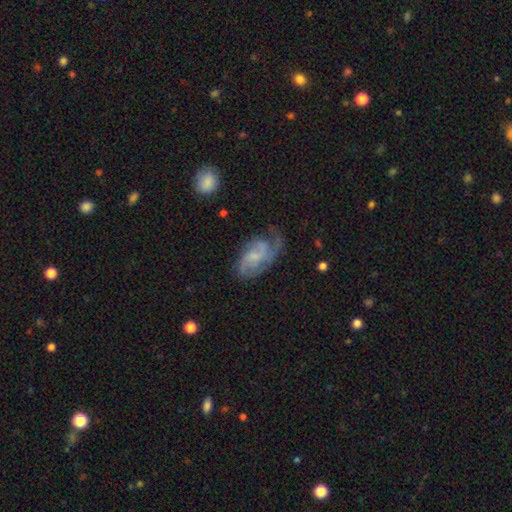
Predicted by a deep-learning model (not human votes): This appears to be a featured or disk galaxy (69%) with no bar (55%), 2 (41%) medium (44%) spiral arms (89%) and a small central bulge (42%). Merging: none (46%).